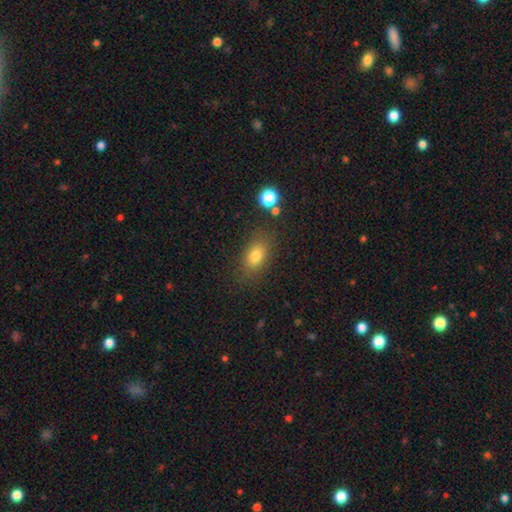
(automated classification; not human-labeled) Smooth or featured? smooth (77%)
How rounded? in between (80%)
Merging? none (81%)